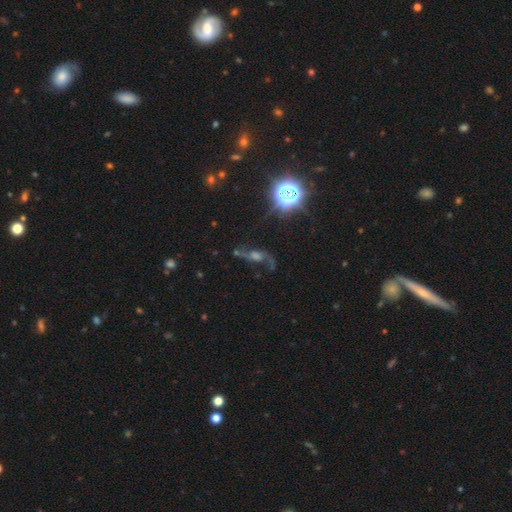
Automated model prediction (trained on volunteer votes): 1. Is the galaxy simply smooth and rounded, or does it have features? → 67% featured or disk, 20% star or artifact, 13% smooth.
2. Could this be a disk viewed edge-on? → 88% no, 12% yes.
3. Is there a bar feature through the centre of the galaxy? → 53% no, 33% weak, 14% strong.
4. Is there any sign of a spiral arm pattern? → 92% yes, 8% no.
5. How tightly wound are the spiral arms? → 82% loose, 14% medium, 4% tight.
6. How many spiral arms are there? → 89% 2, 4% 1, 3% can't tell, 1% 3, 1% 4, 1% more than 4.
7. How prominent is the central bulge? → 41% moderate, 22% large, 21% small, 10% none, 6% dominant.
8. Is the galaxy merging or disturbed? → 67% none, 15% minor disturbance, 14% major disturbance, 5% merger.